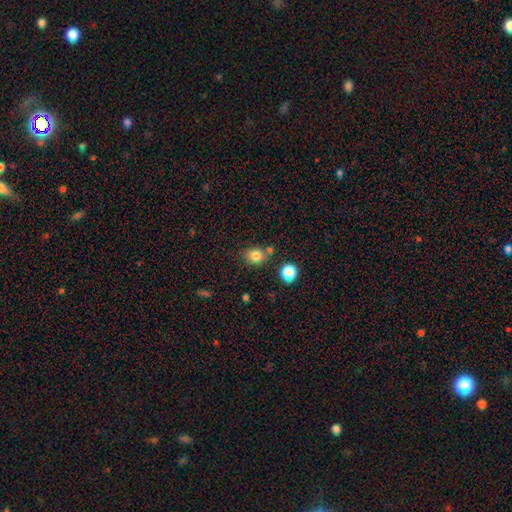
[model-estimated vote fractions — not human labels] The model was most divided on "how rounded": round: 71%, in between: 28%, cigar-shaped: 1%. More confident: smooth or featured — smooth (81%); merging — none (71%).